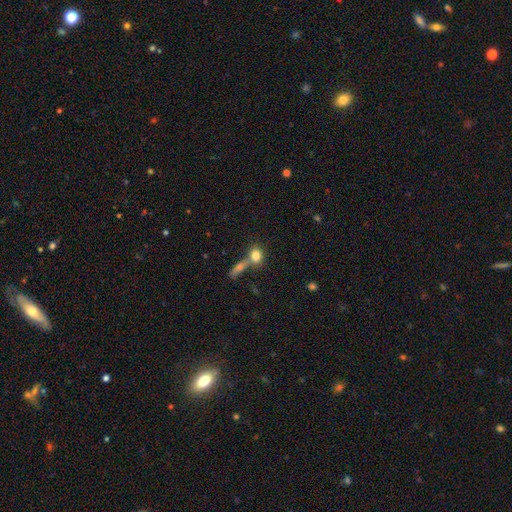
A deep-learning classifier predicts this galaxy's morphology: Smooth or featured? Predicted: smooth (p=0.79). How rounded? Predicted: in between (p=0.48). Merging? Predicted: merger (p=0.44).